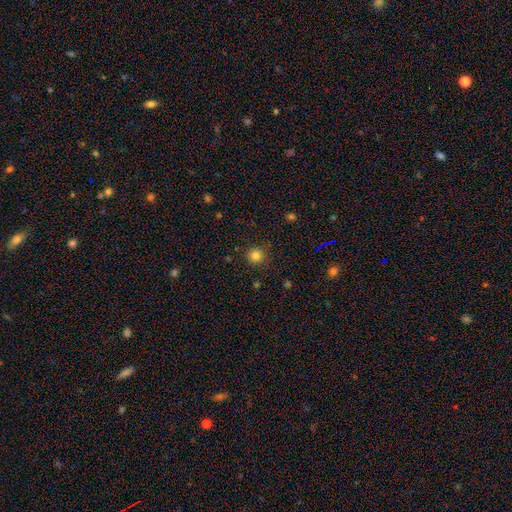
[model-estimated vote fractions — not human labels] Smooth or featured: smooth — 81% (star or artifact — 14%)
How rounded: round — 92% (in between — 7%)
Merging: none — 86% (minor disturbance — 9%)